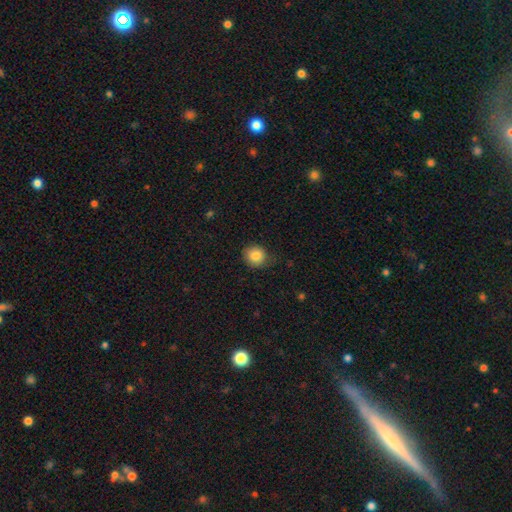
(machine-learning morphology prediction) Smooth or featured?
  - smooth: 85% *
  - star or artifact: 9%
  - featured or disk: 6%
How rounded?
  - round: 85% *
  - in between: 14%
  - cigar-shaped: 1%
Merging?
  - none: 78% *
  - minor disturbance: 17%
  - major disturbance: 4%
  - merger: 1%